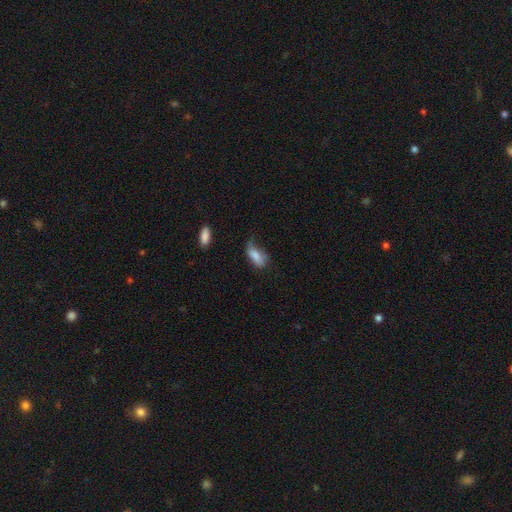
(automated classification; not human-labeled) Morphology: type=smooth (81%); roundness=in between (88%); merging=minor disturbance (38%).